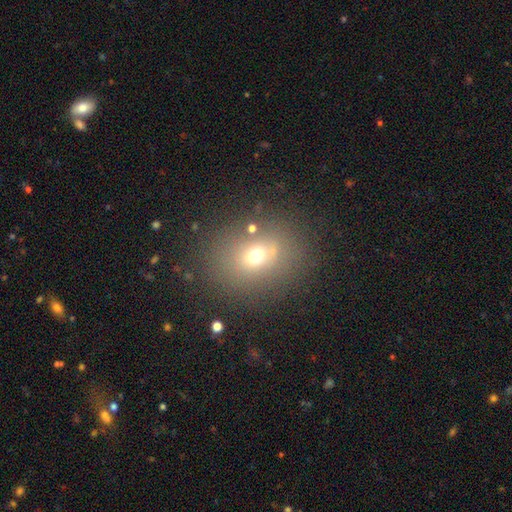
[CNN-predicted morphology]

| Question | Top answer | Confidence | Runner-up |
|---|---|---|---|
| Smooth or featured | smooth | 64% | star or artifact (19%) |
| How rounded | round | 53% | in between (46%) |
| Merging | none | 75% | minor disturbance (12%) |